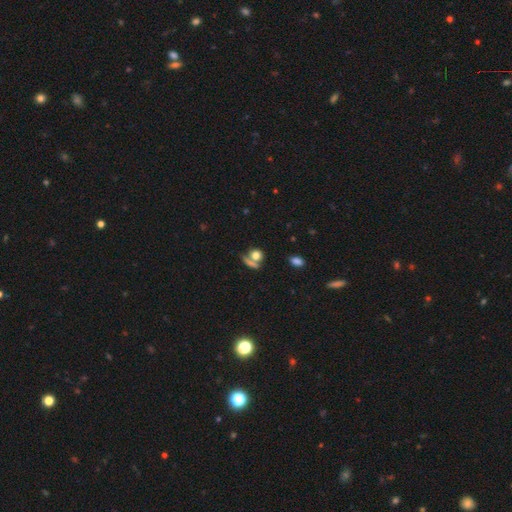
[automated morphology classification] Q: Smooth or featured?
A: smooth (73%); runner-up: star or artifact (14%)
Q: How rounded?
A: round (73%); runner-up: in between (22%)
Q: Merging?
A: none (50%); runner-up: merger (32%)